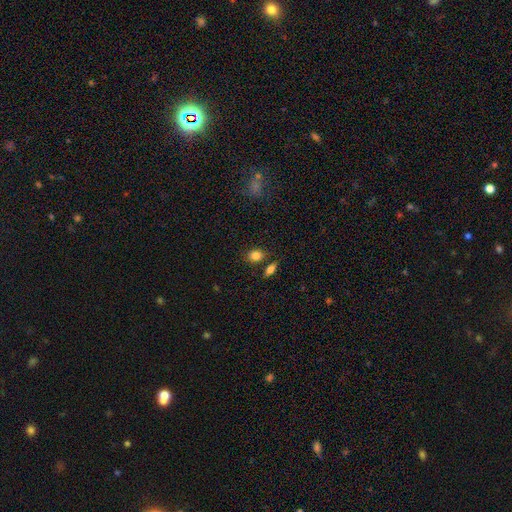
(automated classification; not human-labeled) This is clearly a smooth galaxy (84%). How rounded: possibly in between (59%). Merging: likely none (74%).